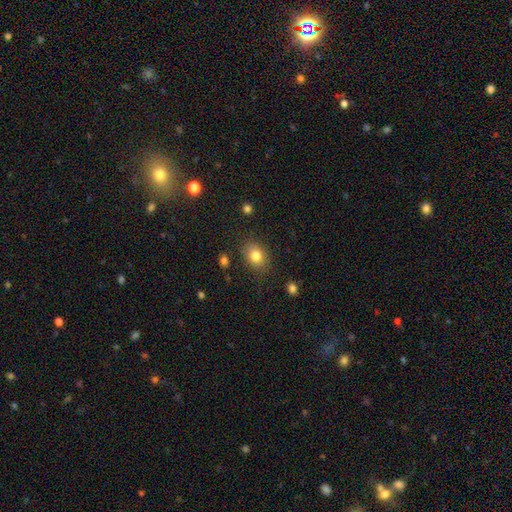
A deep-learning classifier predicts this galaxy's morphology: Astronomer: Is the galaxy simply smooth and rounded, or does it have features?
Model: smooth — 82%.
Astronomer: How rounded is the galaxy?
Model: in between — 62% (runner-up: round, 37%).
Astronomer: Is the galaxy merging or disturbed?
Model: none — 81%.